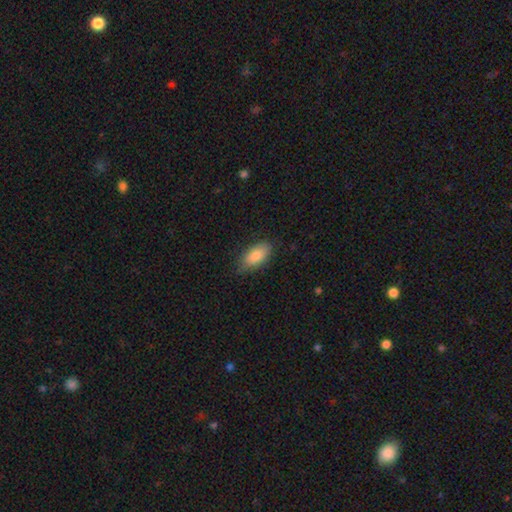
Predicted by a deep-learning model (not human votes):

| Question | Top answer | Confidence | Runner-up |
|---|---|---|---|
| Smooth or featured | smooth | 83% | featured or disk (11%) |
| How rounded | in between | 90% | cigar-shaped (7%) |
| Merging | none | 77% | minor disturbance (19%) |